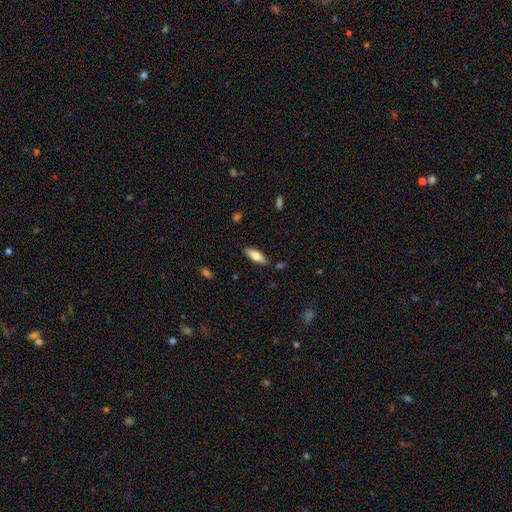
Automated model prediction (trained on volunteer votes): Smooth or featured? Predicted: smooth (p=0.69). How rounded? Predicted: in between (p=0.66). Merging? Predicted: none (p=0.85).